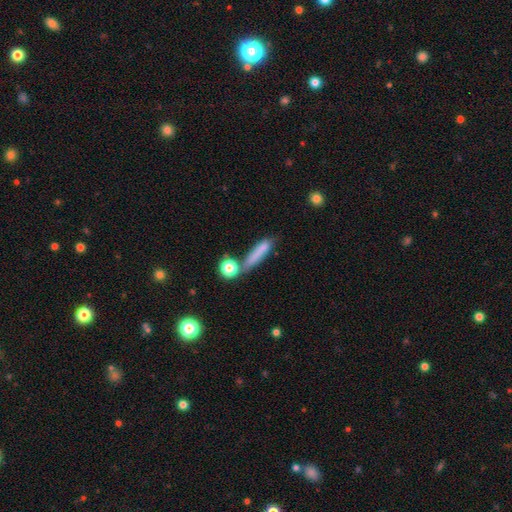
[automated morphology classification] Smooth or featured?
  - smooth: 73% *
  - featured or disk: 16%
  - star or artifact: 11%
How rounded?
  - cigar-shaped: 74% *
  - in between: 17%
  - round: 9%
Merging?
  - none: 55% *
  - merger: 18%
  - minor disturbance: 17%
  - major disturbance: 10%